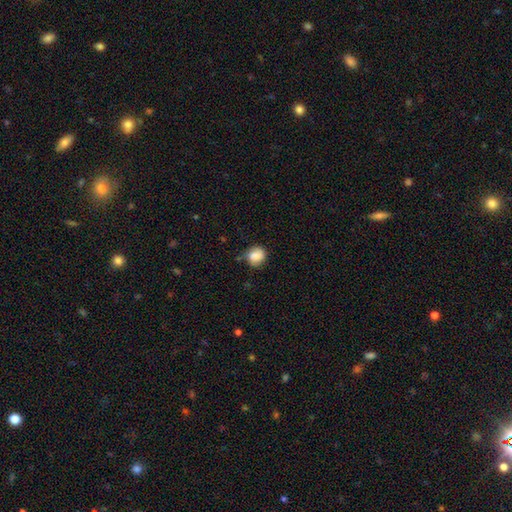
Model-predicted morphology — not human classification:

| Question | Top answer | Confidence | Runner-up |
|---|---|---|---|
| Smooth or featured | smooth | 81% | featured or disk (10%) |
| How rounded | round | 75% | in between (24%) |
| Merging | none | 62% | minor disturbance (27%) |